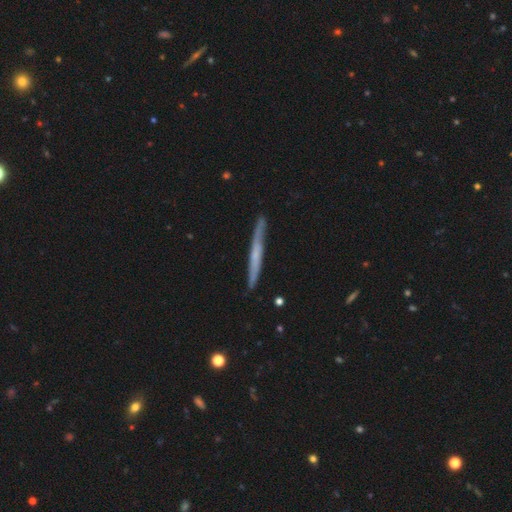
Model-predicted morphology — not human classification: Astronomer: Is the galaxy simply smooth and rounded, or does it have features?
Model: featured or disk — 56% (runner-up: smooth, 37%).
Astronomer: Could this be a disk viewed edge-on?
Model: yes — 94%.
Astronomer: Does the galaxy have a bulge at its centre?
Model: none — 73%.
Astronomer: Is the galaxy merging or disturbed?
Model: none — 86%.